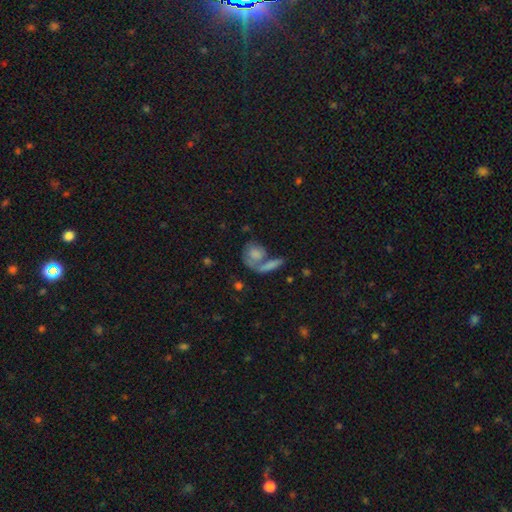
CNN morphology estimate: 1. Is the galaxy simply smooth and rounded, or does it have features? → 68% smooth, 23% featured or disk, 9% star or artifact.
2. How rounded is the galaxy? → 49% round, 44% in between, 7% cigar-shaped.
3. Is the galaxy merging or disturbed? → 39% none (tied), 39% merger (tied), 12% minor disturbance, 10% major disturbance.